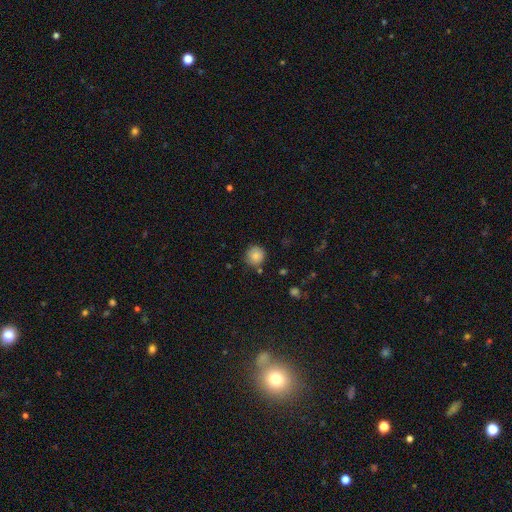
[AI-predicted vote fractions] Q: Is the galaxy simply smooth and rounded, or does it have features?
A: smooth — 84%.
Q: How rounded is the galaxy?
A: round — 93%.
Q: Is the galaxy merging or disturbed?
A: none — 80%.